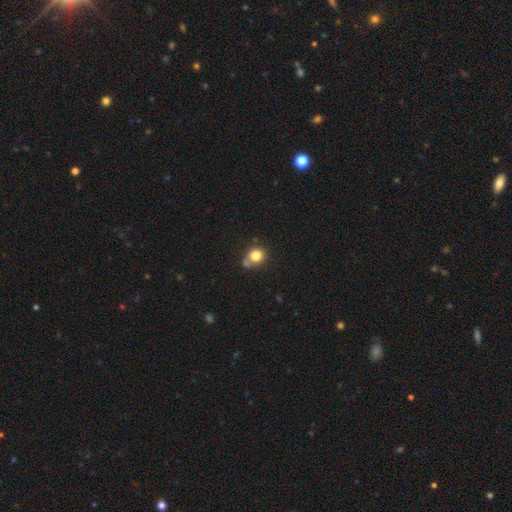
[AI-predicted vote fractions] smooth-or-featured: smooth: 80% | star or artifact: 11% | featured or disk: 8%
  how-rounded: round: 82% | in between: 17% | cigar-shaped: 1%
  merging: none: 61% | merger: 21% | minor disturbance: 14% | major disturbance: 4%